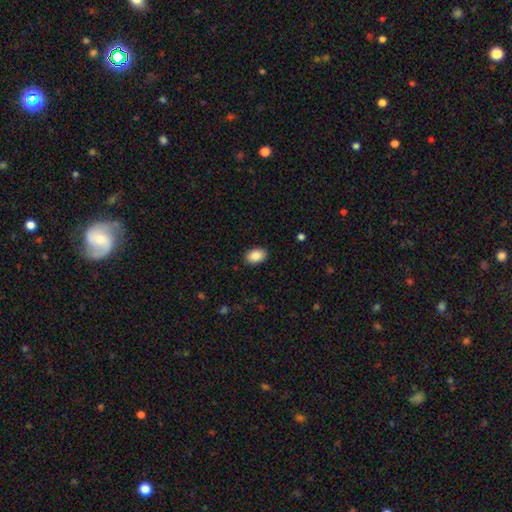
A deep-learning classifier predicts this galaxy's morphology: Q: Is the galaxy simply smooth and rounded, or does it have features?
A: smooth — 88%.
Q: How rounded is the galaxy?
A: in between — 84%.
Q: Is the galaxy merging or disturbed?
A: none — 88%.